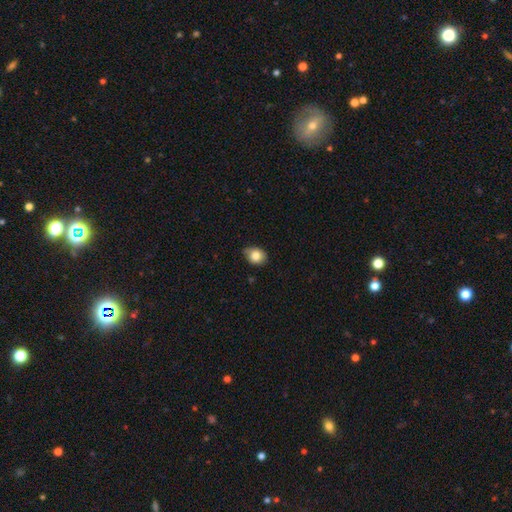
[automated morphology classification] This is clearly a smooth galaxy (82%). How rounded: possibly in between (56%). Merging: likely none (67%).